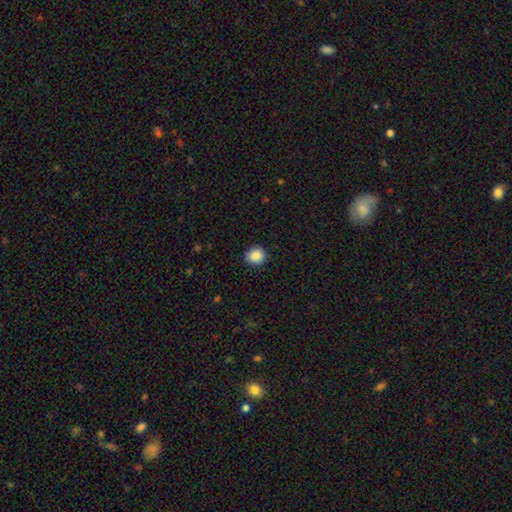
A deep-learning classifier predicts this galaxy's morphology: smooth-or-featured: smooth: 88% | star or artifact: 9% | featured or disk: 3%
  how-rounded: round: 88% | in between: 11% | cigar-shaped: 1%
  merging: none: 90% | minor disturbance: 7% | major disturbance: 2% | merger: 1%